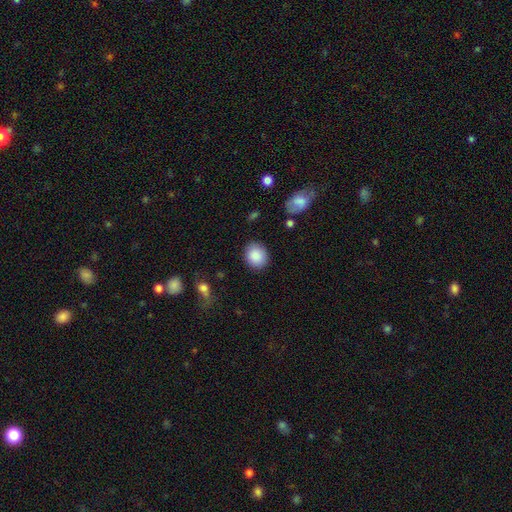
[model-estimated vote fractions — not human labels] smooth-or-featured: smooth: 88% | star or artifact: 7% | featured or disk: 4%
  how-rounded: round: 64% | in between: 35% | cigar-shaped: 1%
  merging: none: 86% | minor disturbance: 10% | major disturbance: 3% | merger: 2%